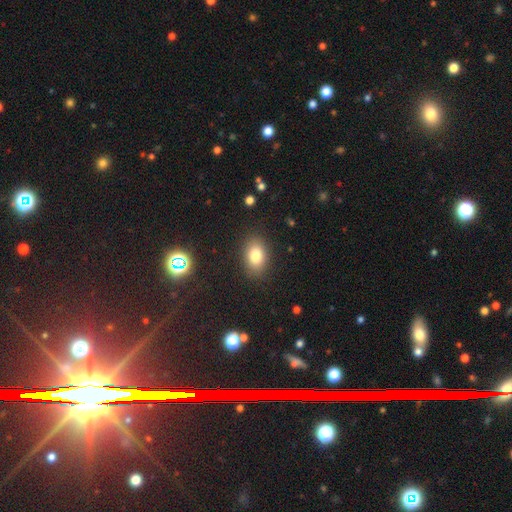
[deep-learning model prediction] Smooth or featured?
  - smooth: 81% *
  - star or artifact: 11%
  - featured or disk: 9%
How rounded?
  - in between: 77% *
  - round: 22%
  - cigar-shaped: 1%
Merging?
  - none: 87% *
  - minor disturbance: 9%
  - major disturbance: 3%
  - merger: 1%